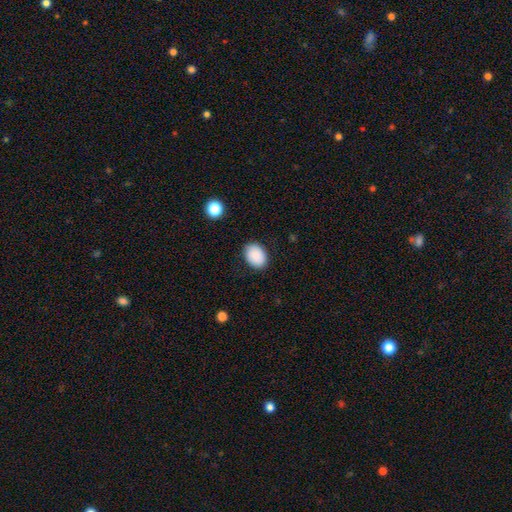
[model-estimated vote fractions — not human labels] Smooth or featured? smooth (89%)
How rounded? in between (72%)
Merging? none (86%)